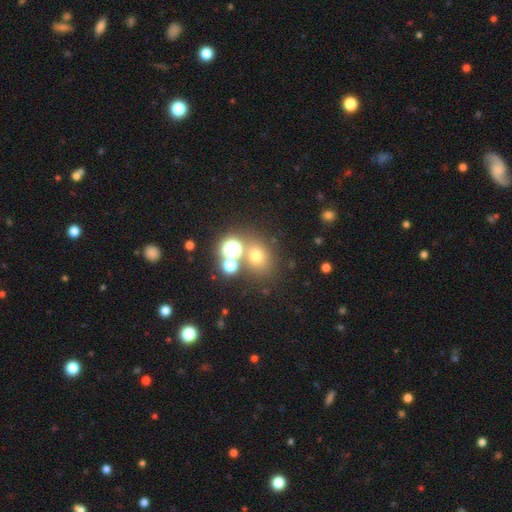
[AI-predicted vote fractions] Smooth or featured? Predicted: smooth (p=0.62). How rounded? Predicted: round (p=0.73). Merging? Predicted: none (p=0.66).